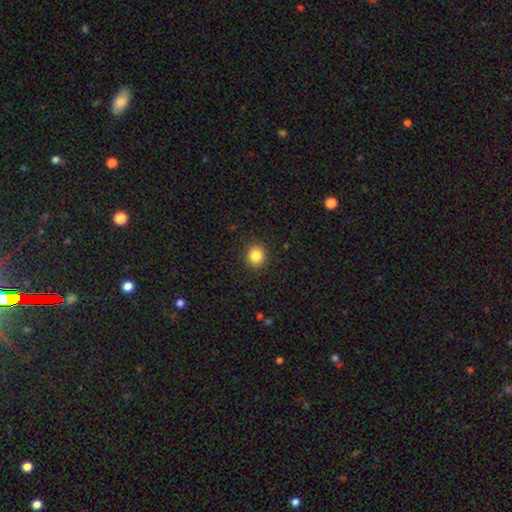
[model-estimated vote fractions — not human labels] A smooth galaxy with no disk features (85%) that is round (87%). Merging: none (91%).